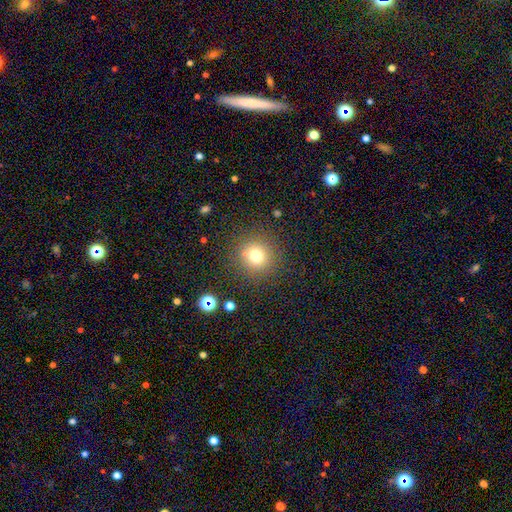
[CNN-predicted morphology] Q: Smooth or featured?
A: smooth (74%); runner-up: star or artifact (17%)
Q: How rounded?
A: round (93%); runner-up: in between (6%)
Q: Merging?
A: none (83%); runner-up: minor disturbance (8%)